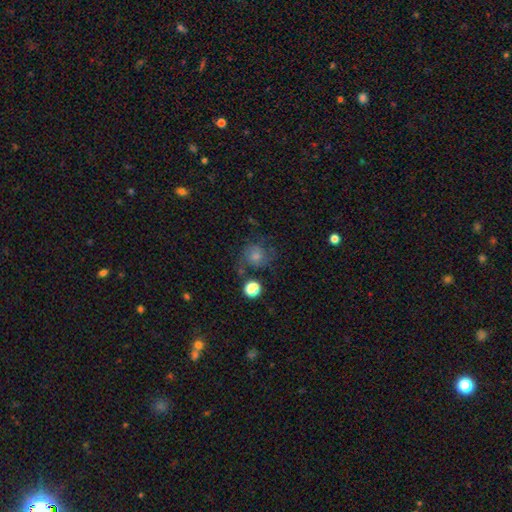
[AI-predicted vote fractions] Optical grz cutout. It shows a featured or disk galaxy (40%). Merging: none (67%).